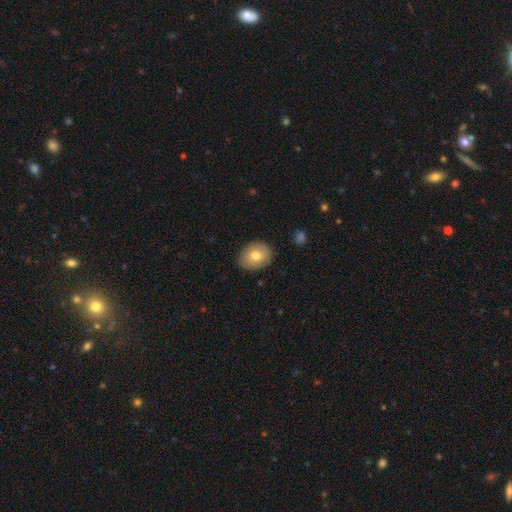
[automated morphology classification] A smooth galaxy with no disk features (74%) that is in between round and cigar-shaped (50%).

Vote fractions:
- Smooth or featured? smooth: 74% / featured or disk: 18% / star or artifact: 8%
- How rounded? in between: 50% / round: 49% / cigar-shaped: 1%
- Merging? none: 86% / minor disturbance: 10% / major disturbance: 2% / merger: 1%